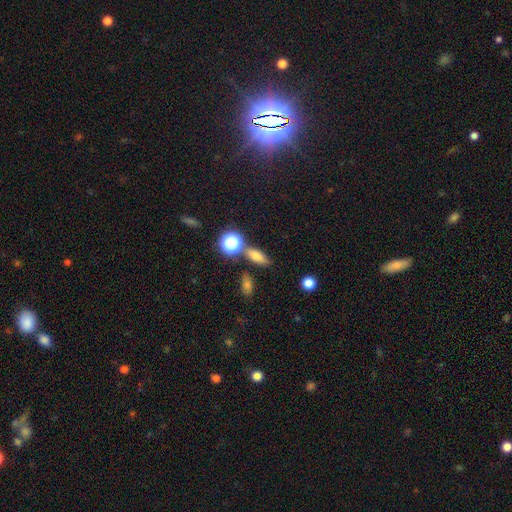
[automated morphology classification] smooth_or_featured: smooth (p=0.67) [alt: star or artifact p=0.18]
how_rounded: in between (p=0.60) [alt: cigar-shaped p=0.24]
merging: none (p=0.74) [alt: merger p=0.11]